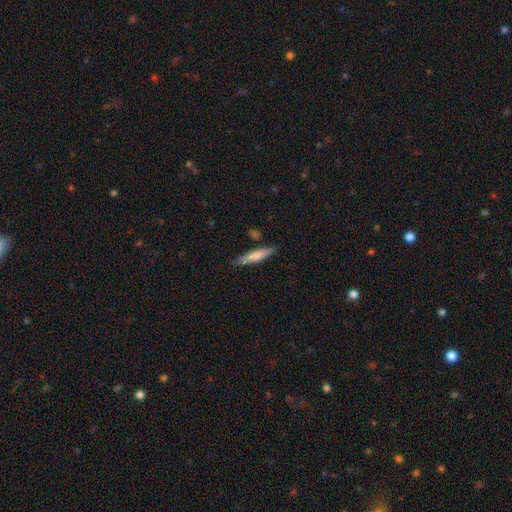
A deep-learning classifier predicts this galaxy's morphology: smooth-or-featured: smooth: 69% | featured or disk: 25% | star or artifact: 6%
  how-rounded: cigar-shaped: 88% | in between: 11% | round: 1%
  merging: none: 83% | minor disturbance: 11% | merger: 3% | major disturbance: 2%